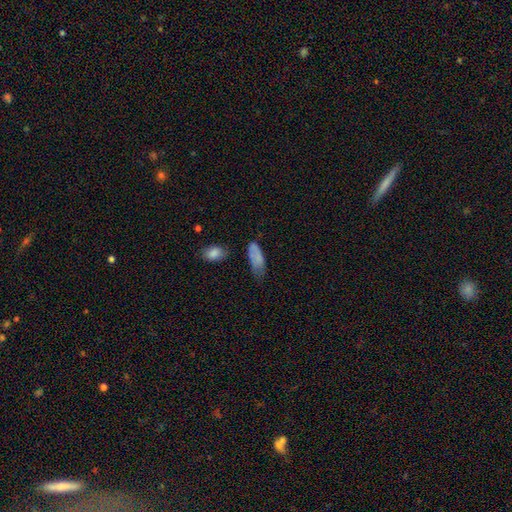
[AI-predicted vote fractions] The model was most divided on "merging": none: 39%, minor disturbance: 38%, major disturbance: 18%, merger: 5%. More confident: how rounded — in between (77%); smooth or featured — smooth (77%).